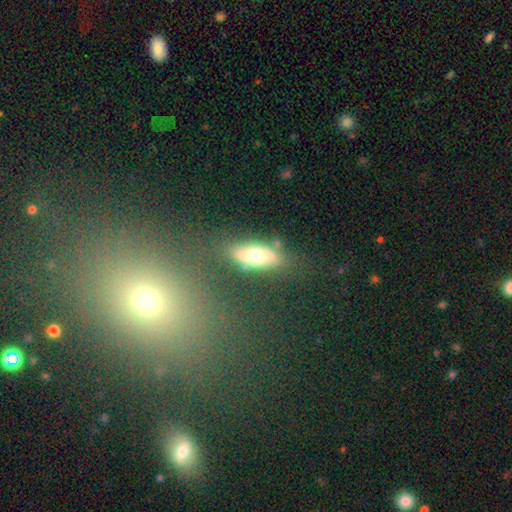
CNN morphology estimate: A smooth galaxy with no disk features (57%) that is in between round and cigar-shaped (80%).

Vote fractions:
- Smooth or featured? smooth: 57% / featured or disk: 35% / star or artifact: 8%
- How rounded? in between: 80% / cigar-shaped: 15% / round: 5%
- Merging? none: 75% / minor disturbance: 15% / merger: 5% / major disturbance: 5%